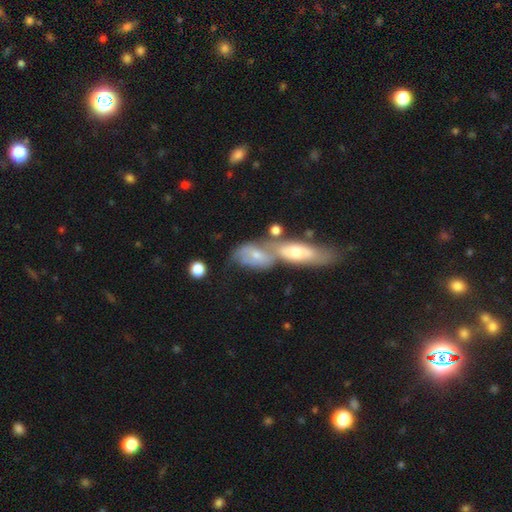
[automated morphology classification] The model was most divided on "smooth or featured": smooth: 49%, featured or disk: 43%, star or artifact: 8%. More confident: merging — merger (58%).